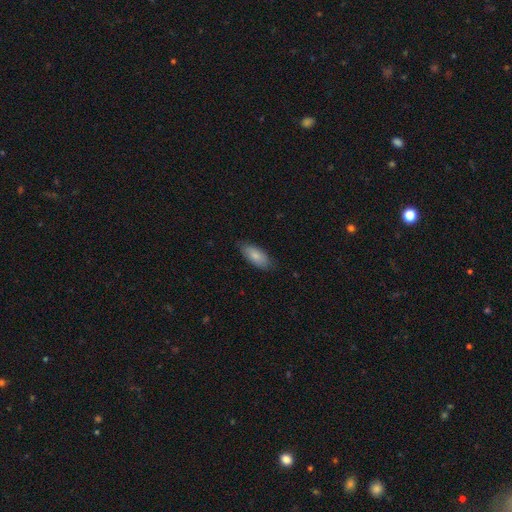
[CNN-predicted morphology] A smooth galaxy with no disk features (82%) that is in between round and cigar-shaped (86%). Merging: none (80%).